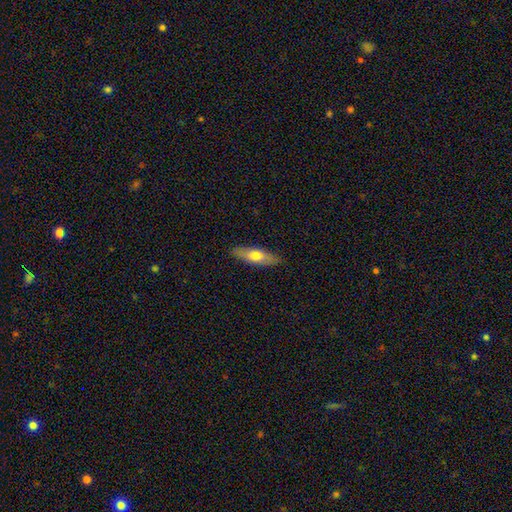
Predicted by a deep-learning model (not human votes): smooth_or_featured: smooth (p=0.64) [alt: featured or disk p=0.30]
how_rounded: in between (p=0.51) [alt: cigar-shaped p=0.46]
merging: none (p=0.87) [alt: minor disturbance p=0.10]